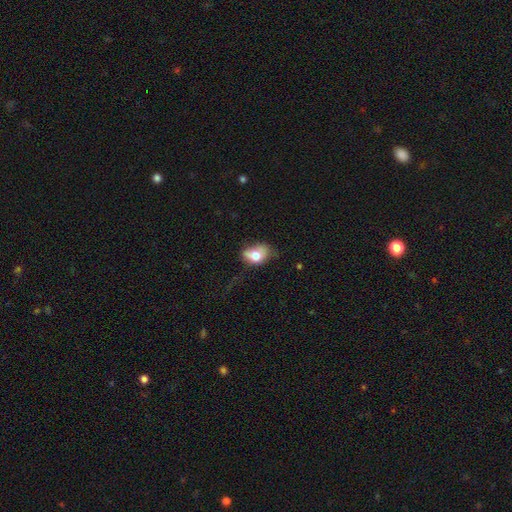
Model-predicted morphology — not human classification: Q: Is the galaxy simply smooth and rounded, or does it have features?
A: smooth — 70%.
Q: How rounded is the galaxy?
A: in between — 75%.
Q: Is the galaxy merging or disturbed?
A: none — 42%.